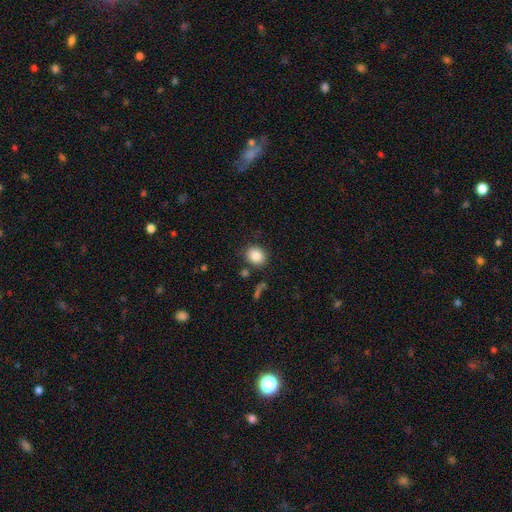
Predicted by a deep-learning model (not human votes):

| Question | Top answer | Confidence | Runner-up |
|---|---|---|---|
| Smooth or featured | smooth | 86% | star or artifact (9%) |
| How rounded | round | 57% | in between (42%) |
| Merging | none | 82% | minor disturbance (10%) |